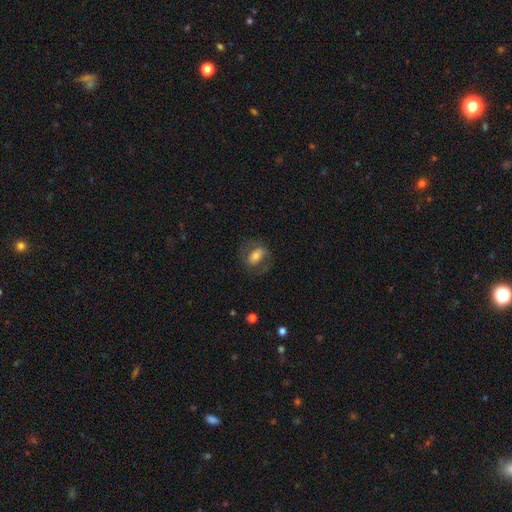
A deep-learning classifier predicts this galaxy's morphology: Smooth or featured? smooth (57%)
How rounded? in between (81%)
Merging? none (66%)